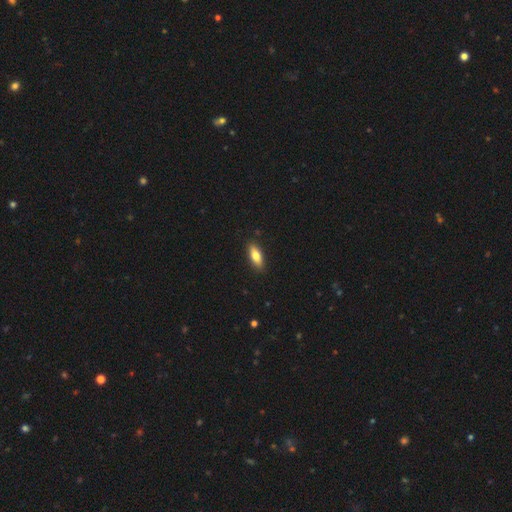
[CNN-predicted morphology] Smooth or featured? Predicted: smooth (p=0.77). How rounded? Predicted: in between (p=0.72). Merging? Predicted: none (p=0.89).